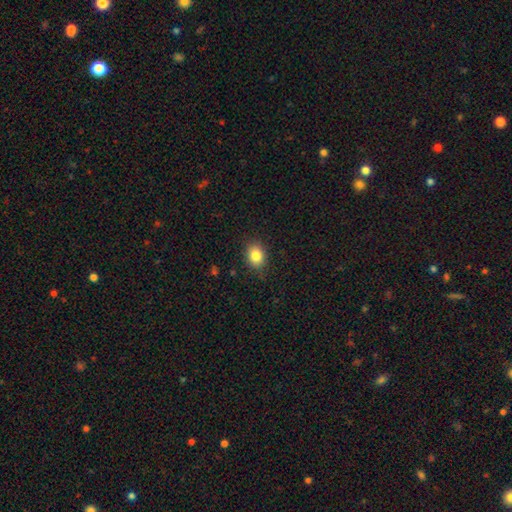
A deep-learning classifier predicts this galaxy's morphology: A smooth galaxy with no disk features (85%) that is in between round and cigar-shaped (55%).

Vote fractions:
- Smooth or featured? smooth: 85% / star or artifact: 10% / featured or disk: 6%
- How rounded? in between: 55% / round: 44% / cigar-shaped: 1%
- Merging? none: 86% / minor disturbance: 11% / major disturbance: 3% / merger: 1%